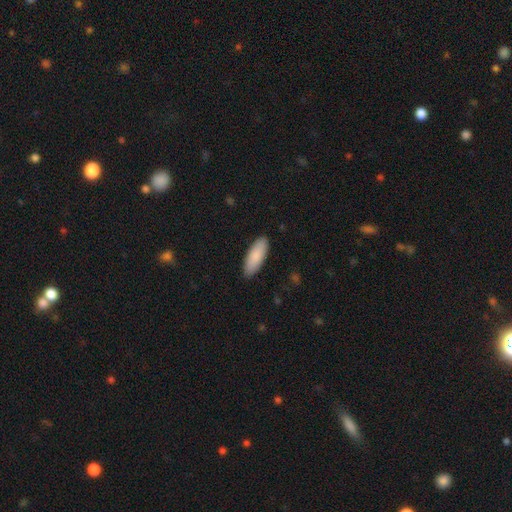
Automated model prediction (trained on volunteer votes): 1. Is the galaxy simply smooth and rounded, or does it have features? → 87% smooth, 8% featured or disk, 5% star or artifact.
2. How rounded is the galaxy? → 69% in between, 29% cigar-shaped, 2% round.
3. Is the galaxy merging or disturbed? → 89% none, 9% minor disturbance, 2% major disturbance, 1% merger.